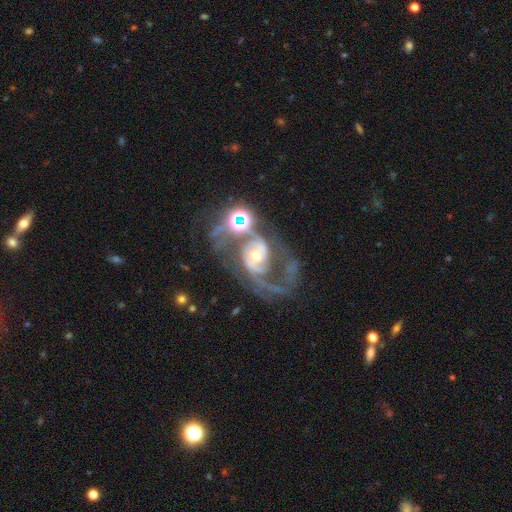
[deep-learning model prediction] The model was most divided on "merging": none: 37%, major disturbance: 32%, merger: 16%, minor disturbance: 15%. Remaining: edge-on disk — no (97%); spiral arms — yes (94%); smooth or featured — featured or disk (84%); spiral arm count — 2 (73%); bulge size — moderate (63%); bar — no (57%); spiral winding — medium (48%).